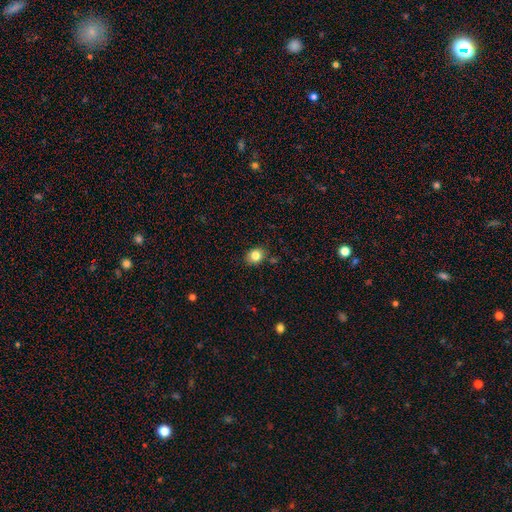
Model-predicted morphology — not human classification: This appears to be a smooth galaxy with no disk features (83%) that is round (63%). Merging: none (83%).